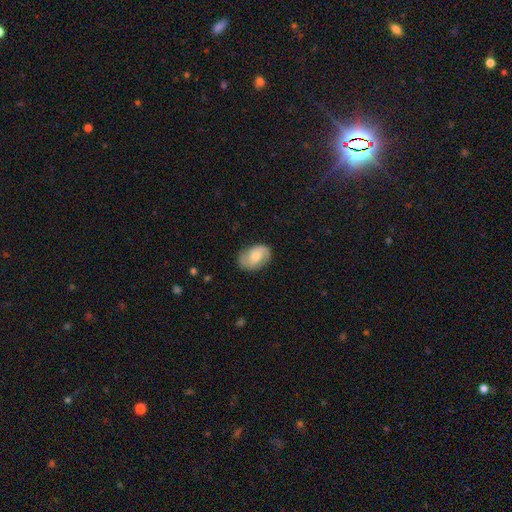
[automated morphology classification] A featured or disk galaxy (56%) with no bar (57%), spiral arms (88%) and a moderate central bulge (47%).

Vote fractions:
- Smooth or featured? featured or disk: 56% / smooth: 37% / star or artifact: 7%
- Edge-on disk? no: 97% / yes: 3%
- Bar? no: 57% / weak: 36% / strong: 8%
- Spiral arms? yes: 88% / no: 12%
- Bulge size? moderate: 47% / small: 30% / large: 13% / none: 8% / dominant: 2%
- Merging? none: 77% / minor disturbance: 17% / major disturbance: 5% / merger: 1%